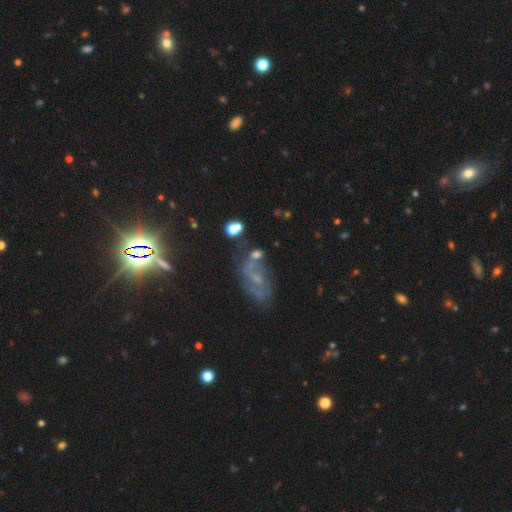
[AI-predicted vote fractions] Q: Smooth or featured?
A: featured or disk (55%); runner-up: smooth (25%)
Q: Edge-on disk?
A: no (93%); runner-up: yes (7%)
Q: Bar?
A: no (58%); runner-up: weak (33%)
Q: Spiral arms?
A: yes (58%); runner-up: no (42%)
Q: Bulge size?
A: small (46%); runner-up: none (27%)
Q: Merging?
A: none (44%); runner-up: minor disturbance (21%)